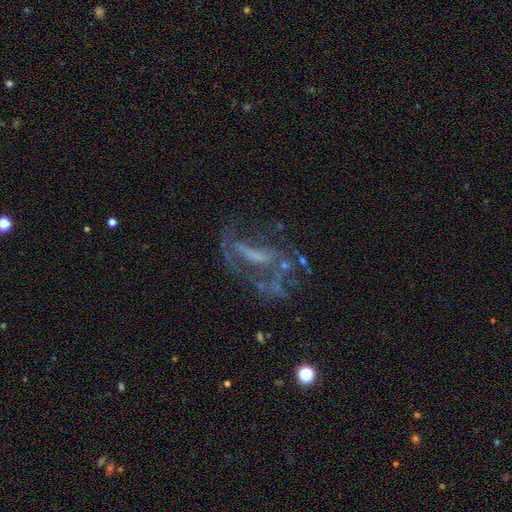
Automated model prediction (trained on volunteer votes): Smooth or featured? Predicted: featured or disk (p=0.69). Edge-on disk? Predicted: no (p=0.91). Bar? Predicted: no (p=0.39). Spiral arms? Predicted: yes (p=0.51). Bulge size? Predicted: none (p=0.59). Merging? Predicted: none (p=0.39).